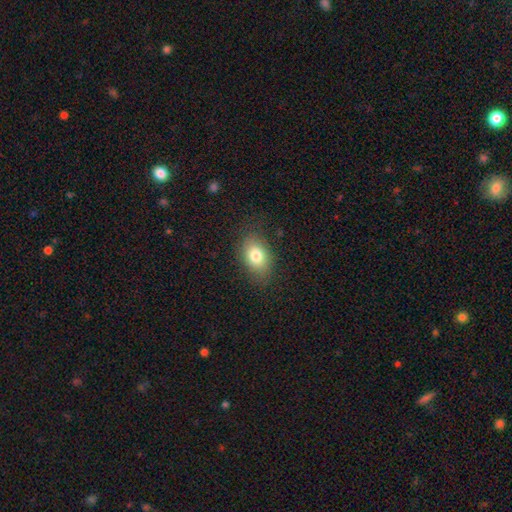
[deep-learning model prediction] A smooth galaxy with no disk features (79%) that is in between round and cigar-shaped (83%). Merging: none (82%).